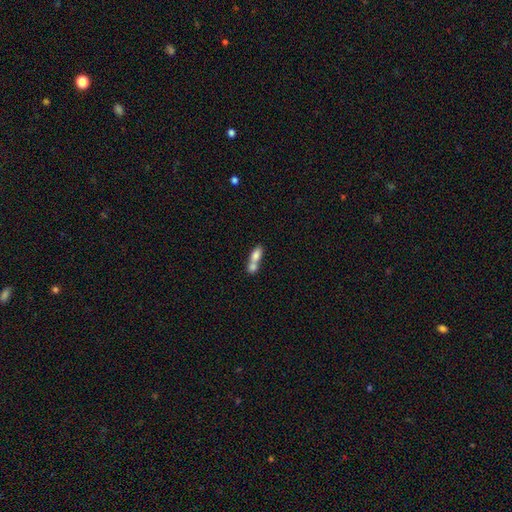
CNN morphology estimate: smooth-or-featured: smooth: 75% | featured or disk: 17% | star or artifact: 8%
  how-rounded: in between: 75% | cigar-shaped: 15% | round: 11%
  merging: merger: 71% | none: 19% | minor disturbance: 6% | major disturbance: 3%